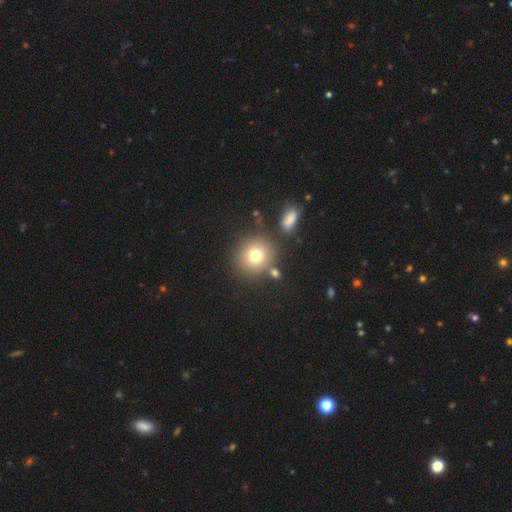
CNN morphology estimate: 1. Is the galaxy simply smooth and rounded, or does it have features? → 76% smooth, 13% star or artifact, 12% featured or disk.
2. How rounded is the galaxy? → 86% round, 13% in between, 1% cigar-shaped.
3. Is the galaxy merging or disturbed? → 77% none, 10% merger, 9% minor disturbance, 4% major disturbance.